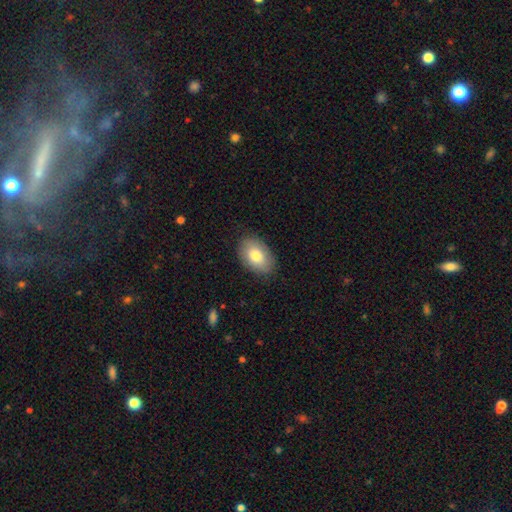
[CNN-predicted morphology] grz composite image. It shows a smooth galaxy with no disk features (79%) that is in between round and cigar-shaped (88%). Merging: none (84%).